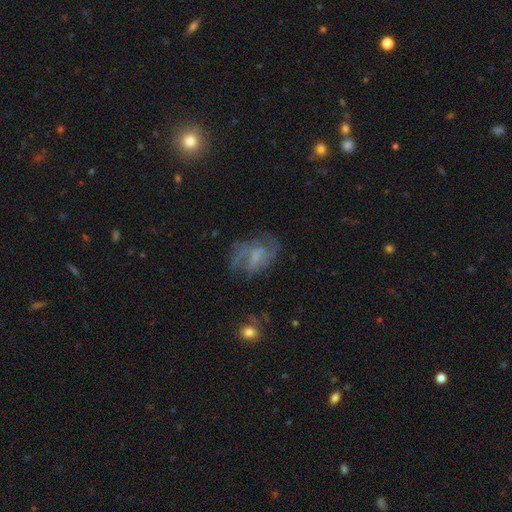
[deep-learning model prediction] Smooth or featured? Predicted: featured or disk (p=0.67). Edge-on disk? Predicted: no (p=0.97). Bar? Predicted: weak (p=0.48). Spiral arms? Predicted: yes (p=0.79). Spiral winding? Predicted: medium (p=0.46). Spiral arm count? Predicted: 2 (p=0.40). Bulge size? Predicted: none (p=0.37). Merging? Predicted: none (p=0.53).